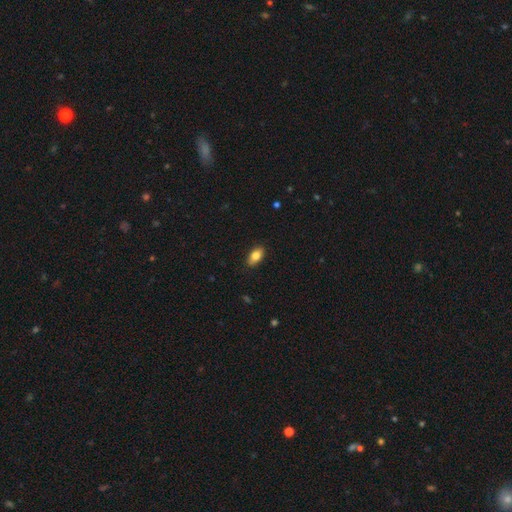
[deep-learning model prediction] Smooth or featured? Predicted: smooth (p=0.82). How rounded? Predicted: in between (p=0.90). Merging? Predicted: none (p=0.88).